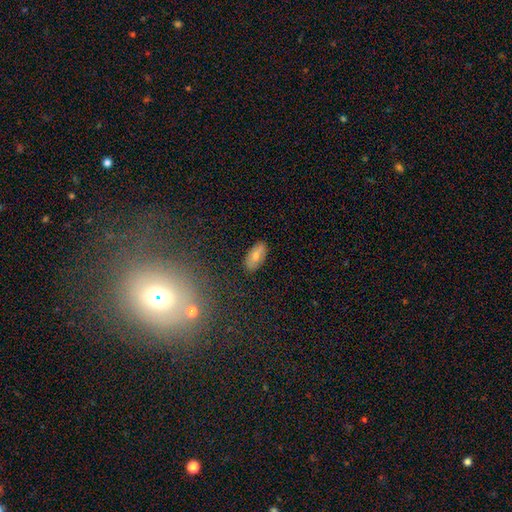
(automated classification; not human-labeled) Smooth or featured?
  - smooth: 67% *
  - featured or disk: 25%
  - star or artifact: 8%
How rounded?
  - in between: 91% *
  - cigar-shaped: 6%
  - round: 3%
Merging?
  - none: 85% *
  - minor disturbance: 11%
  - major disturbance: 3%
  - merger: 2%